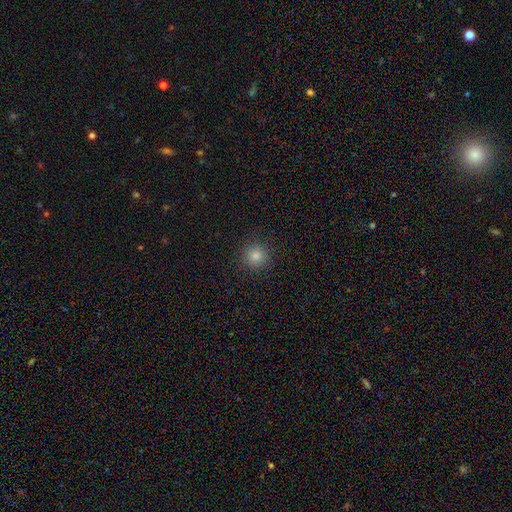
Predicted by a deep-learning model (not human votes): This appears to be a smooth galaxy with no disk features (80%) that is round (95%). Merging: none (92%).